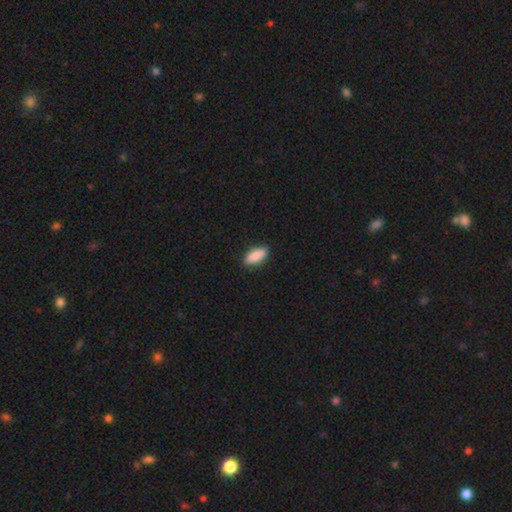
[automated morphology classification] The model was most divided on "how rounded": in between: 75%, cigar-shaped: 22%, round: 2%. More confident: smooth or featured — smooth (88%); merging — none (88%).